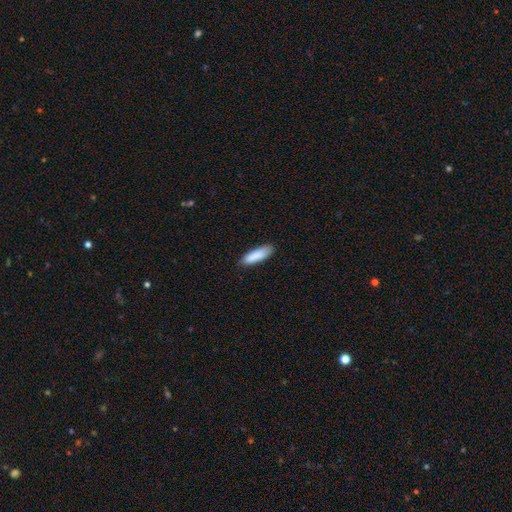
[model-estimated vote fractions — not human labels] smooth-or-featured: smooth: 88% | star or artifact: 6% | featured or disk: 6%
  how-rounded: cigar-shaped: 50% | in between: 49% | round: 1%
  merging: none: 84% | minor disturbance: 13% | major disturbance: 2% | merger: 1%